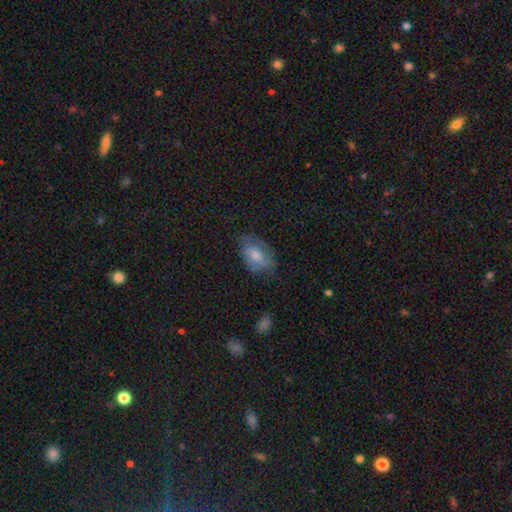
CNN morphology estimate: Smooth or featured? smooth (60%)
How rounded? in between (88%)
Merging? none (57%)